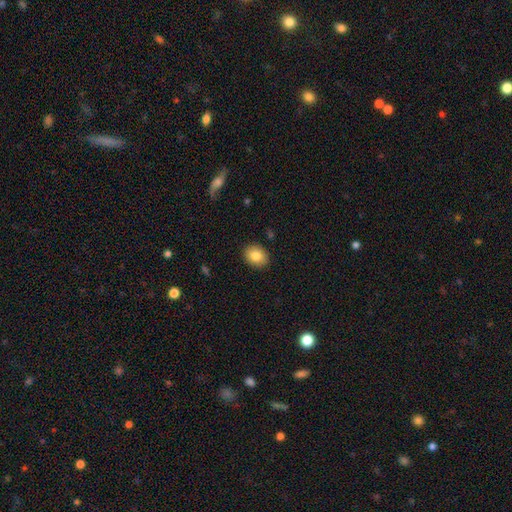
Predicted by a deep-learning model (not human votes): This appears to be a smooth galaxy with no disk features (84%) that is in between round and cigar-shaped (54%). Merging: none (89%).